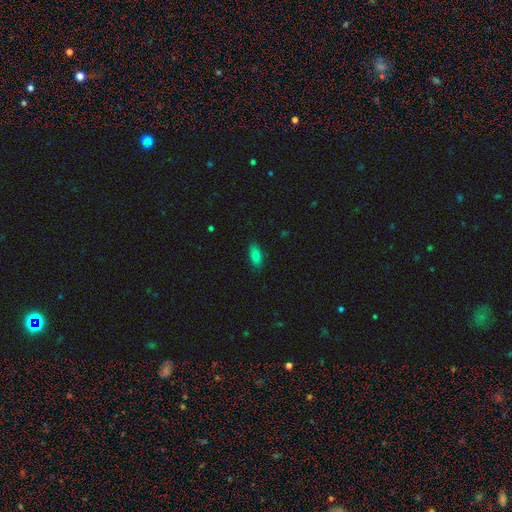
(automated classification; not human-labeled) smooth_or_featured: smooth (p=0.82) [alt: star or artifact p=0.09]
how_rounded: in between (p=0.81) [alt: cigar-shaped p=0.17]
merging: none (p=0.86) [alt: minor disturbance p=0.10]